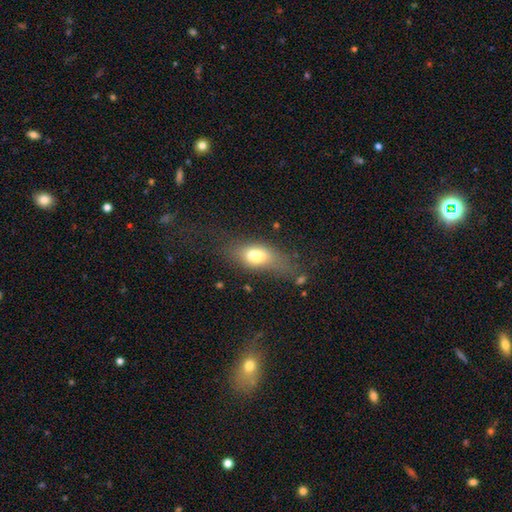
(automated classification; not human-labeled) A smooth galaxy with no disk features (70%) that is in between round and cigar-shaped (79%). Merging: none (50%).